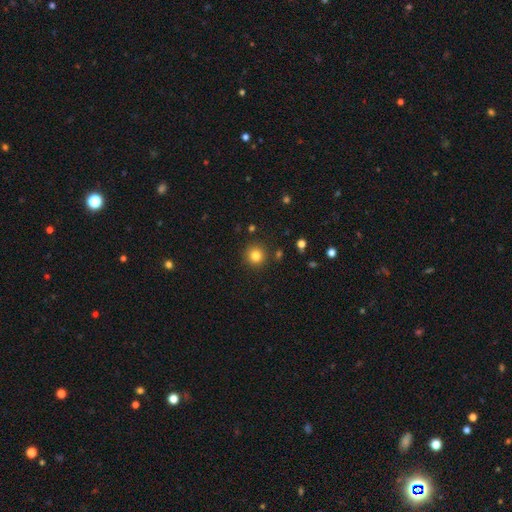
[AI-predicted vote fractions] Smooth or featured?
  - smooth: 82% *
  - star or artifact: 12%
  - featured or disk: 6%
How rounded?
  - round: 94% *
  - in between: 5%
  - cigar-shaped: 1%
Merging?
  - none: 89% *
  - minor disturbance: 6%
  - merger: 2%
  - major disturbance: 2%